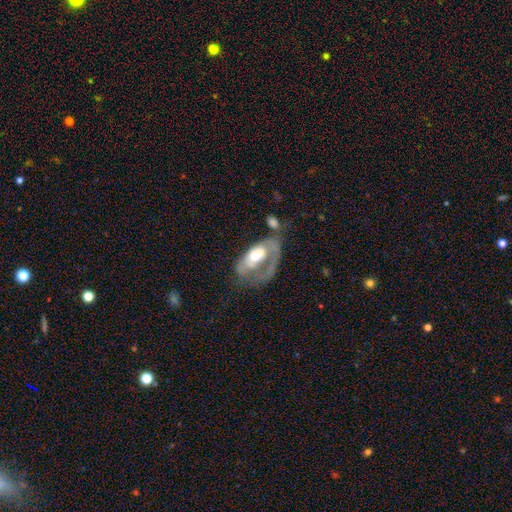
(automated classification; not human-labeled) Q: Smooth or featured?
A: featured or disk (58%); runner-up: smooth (36%)
Q: Edge-on disk?
A: no (92%); runner-up: yes (8%)
Q: Bar?
A: no (71%); runner-up: weak (21%)
Q: Spiral arms?
A: no (54%); runner-up: yes (46%)
Q: Bulge size?
A: moderate (59%); runner-up: large (21%)
Q: Merging?
A: major disturbance (45%); runner-up: none (20%)